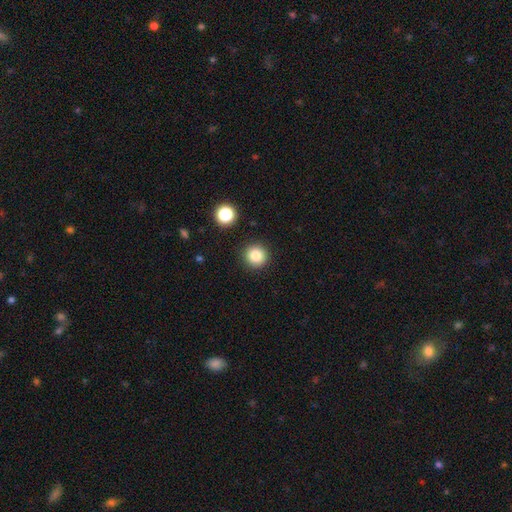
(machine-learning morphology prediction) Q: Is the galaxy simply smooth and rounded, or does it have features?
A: smooth — 83%.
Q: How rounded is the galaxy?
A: round — 94%.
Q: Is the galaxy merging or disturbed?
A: none — 91%.